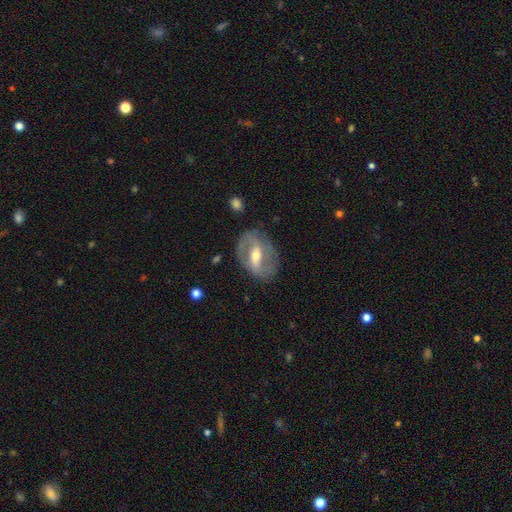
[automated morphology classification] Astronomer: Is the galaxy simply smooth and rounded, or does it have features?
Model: featured or disk — 79%.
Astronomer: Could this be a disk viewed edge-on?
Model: no — 93%.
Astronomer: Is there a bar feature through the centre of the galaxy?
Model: strong — 53% (runner-up: weak, 34%).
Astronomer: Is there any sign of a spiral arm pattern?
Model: yes — 75%.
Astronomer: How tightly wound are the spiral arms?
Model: medium — 44% (runner-up: tight, 32%).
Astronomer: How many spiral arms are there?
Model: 2 — 80%.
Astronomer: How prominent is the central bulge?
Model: moderate — 64%.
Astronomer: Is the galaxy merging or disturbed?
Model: none — 78%.